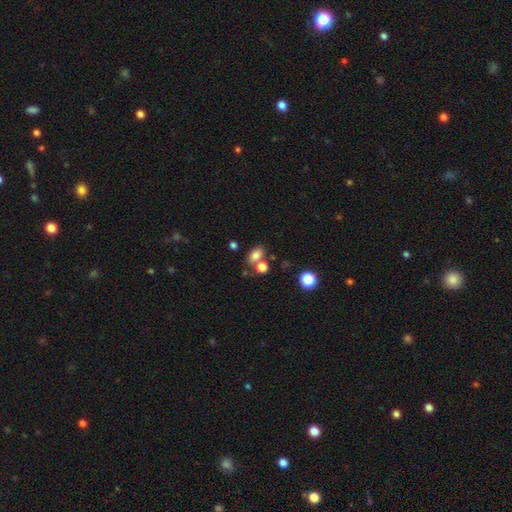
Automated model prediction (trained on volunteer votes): smooth-or-featured: smooth: 79% | star or artifact: 12% | featured or disk: 9%
  how-rounded: in between: 81% | round: 17% | cigar-shaped: 2%
  merging: none: 57% | merger: 26% | minor disturbance: 13% | major disturbance: 5%